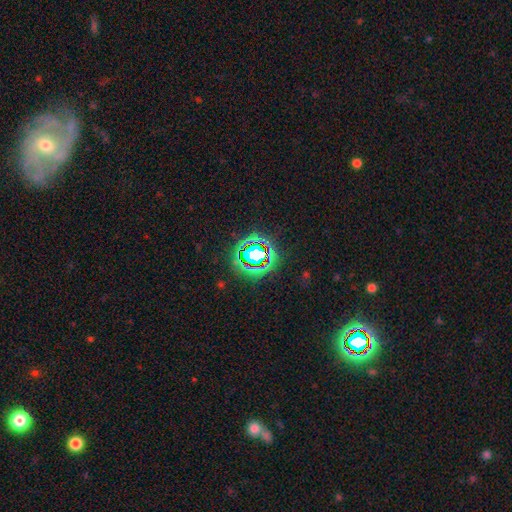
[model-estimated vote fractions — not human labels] smooth_or_featured: star or artifact (p=0.76) [alt: smooth p=0.14]